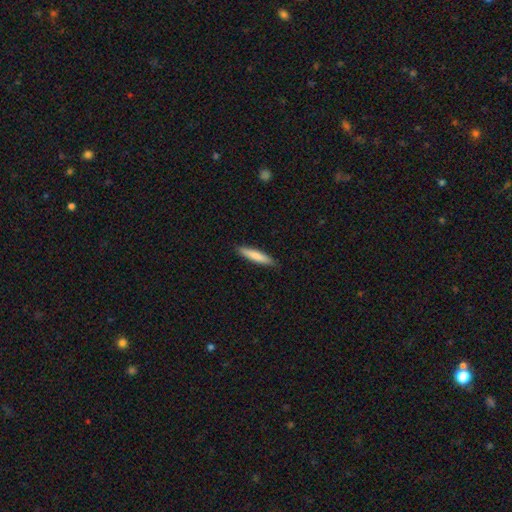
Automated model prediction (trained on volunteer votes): Overall: smooth (79%). How rounded: cigar-shaped (89%). Merging: none (89%).